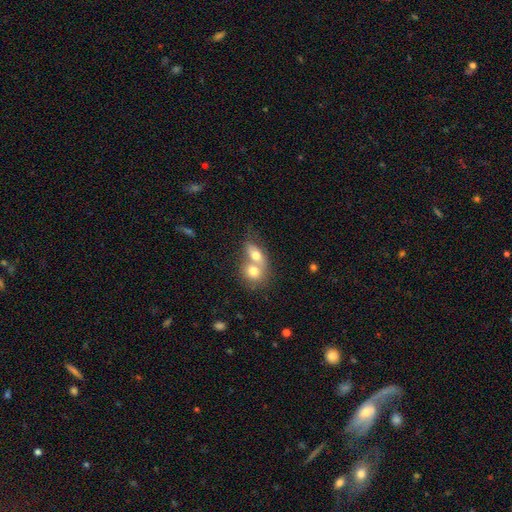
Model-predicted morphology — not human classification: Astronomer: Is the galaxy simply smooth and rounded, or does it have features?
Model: smooth — 61%.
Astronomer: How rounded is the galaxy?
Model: in between — 49% (runner-up: round, 47%).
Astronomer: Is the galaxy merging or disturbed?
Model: merger — 75%.